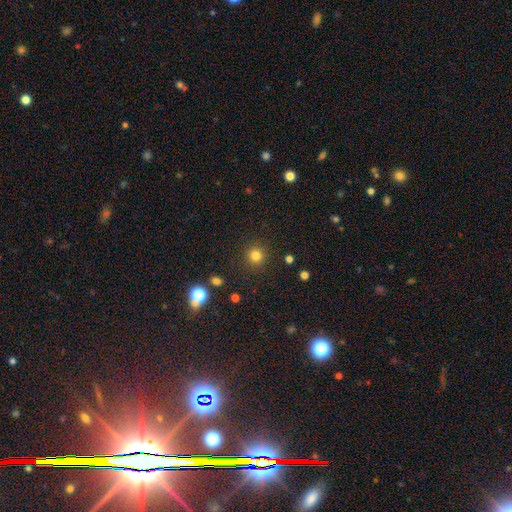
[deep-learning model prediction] Smooth or featured? Predicted: smooth (p=0.81). How rounded? Predicted: round (p=0.94). Merging? Predicted: none (p=0.90).